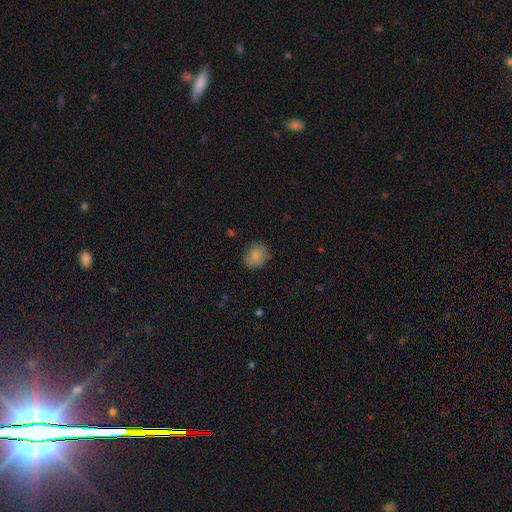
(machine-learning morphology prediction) Overall: smooth (84%). How rounded: round (51%; in between 48%). Merging: none (79%).